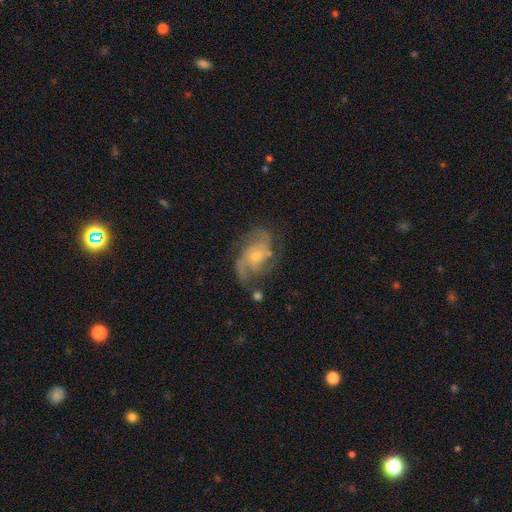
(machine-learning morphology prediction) Smooth or featured: featured or disk — 83% (smooth — 10%)
Edge-on disk: no — 97% (yes — 3%)
Bar: no — 70% (weak — 25%)
Spiral arms: yes — 94% (no — 6%)
Spiral winding: medium — 48% (loose — 26%)
Spiral arm count: 2 — 53% (3 — 19%)
Bulge size: small — 61% (moderate — 34%)
Merging: none — 62% (minor disturbance — 21%)